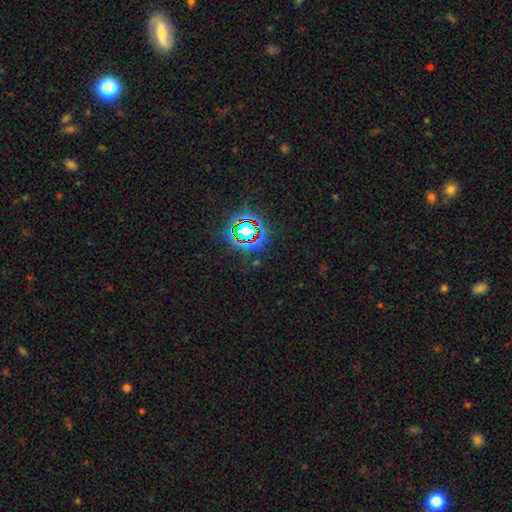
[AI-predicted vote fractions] smooth-or-featured: star or artifact: 79% | smooth: 13% | featured or disk: 8%